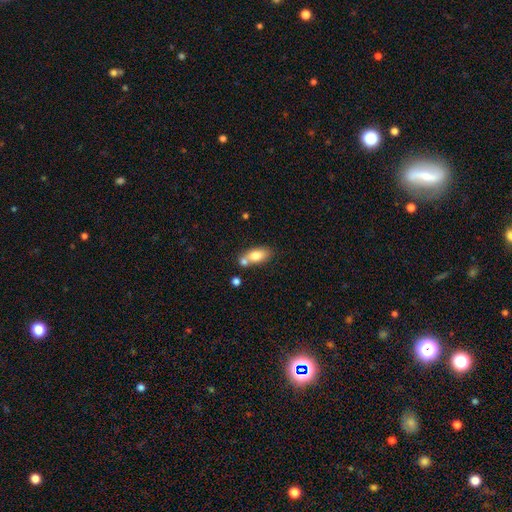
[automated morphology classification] type=smooth (76%); roundness=in between (84%); merging=none (51%).